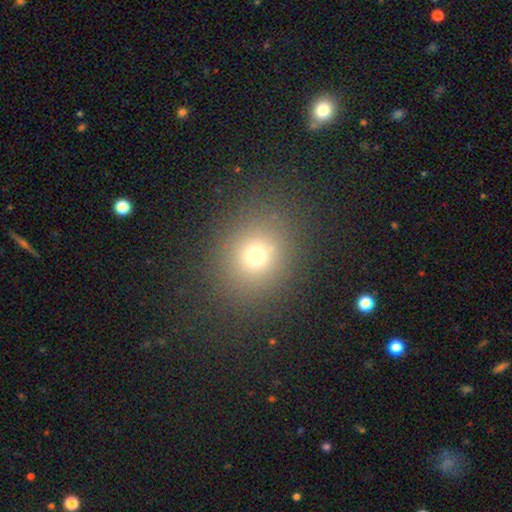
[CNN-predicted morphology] type=smooth (72%); roundness=round (69%); merging=none (85%).